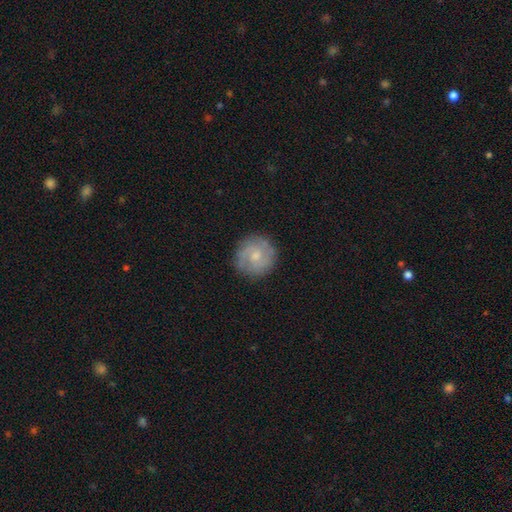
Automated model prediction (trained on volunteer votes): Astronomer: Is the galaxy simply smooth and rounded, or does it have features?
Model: featured or disk — 56% (runner-up: smooth, 38%).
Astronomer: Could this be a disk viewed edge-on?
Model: no — 98%.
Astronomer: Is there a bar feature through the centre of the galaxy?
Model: no — 67%.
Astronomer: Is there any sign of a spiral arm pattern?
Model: yes — 81%.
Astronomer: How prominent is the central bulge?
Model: moderate — 46% (runner-up: small, 44%).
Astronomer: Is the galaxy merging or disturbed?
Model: none — 82%.